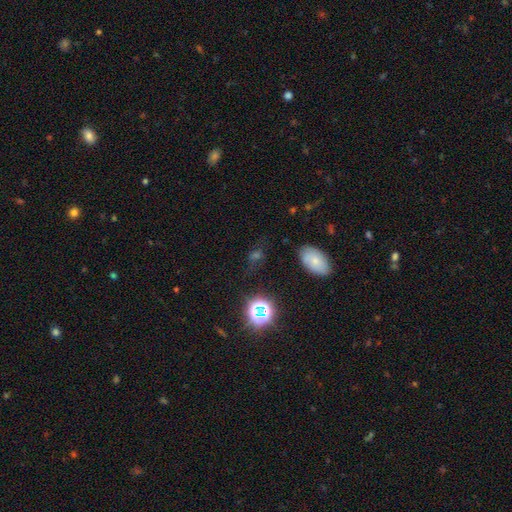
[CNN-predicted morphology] The model was most divided on "smooth or featured": star or artifact: 47%, smooth: 36%, featured or disk: 16%.